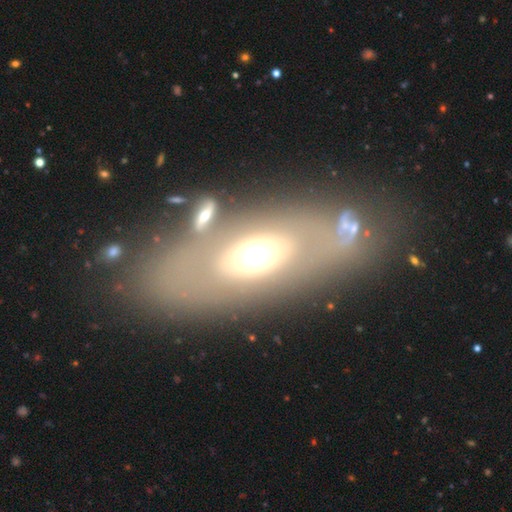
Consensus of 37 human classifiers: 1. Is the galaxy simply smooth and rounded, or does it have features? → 62% featured or disk, 32% smooth, 5% star or artifact.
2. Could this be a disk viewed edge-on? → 83% no, 17% yes.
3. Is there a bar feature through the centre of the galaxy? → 89% no, 11% weak, 0% strong.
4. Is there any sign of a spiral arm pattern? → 95% no, 5% yes.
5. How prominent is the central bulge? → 68% moderate, 21% large, 5% dominant, 5% none, 0% small.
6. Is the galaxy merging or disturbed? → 83% none, 9% major disturbance, 6% minor disturbance, 3% merger.